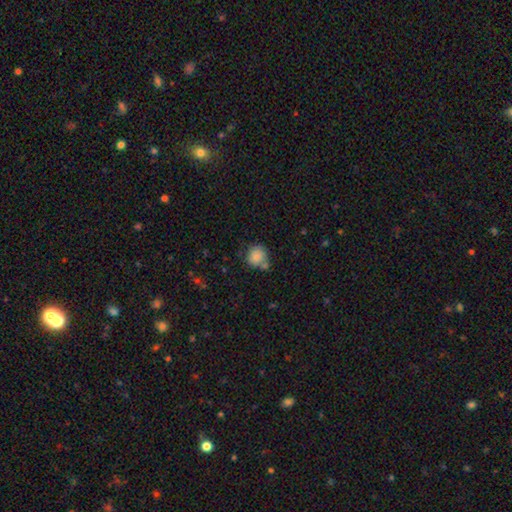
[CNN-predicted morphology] smooth_or_featured: smooth (p=0.82) [alt: star or artifact p=0.10]
how_rounded: round (p=0.84) [alt: in between p=0.15]
merging: none (p=0.63) [alt: merger p=0.17]